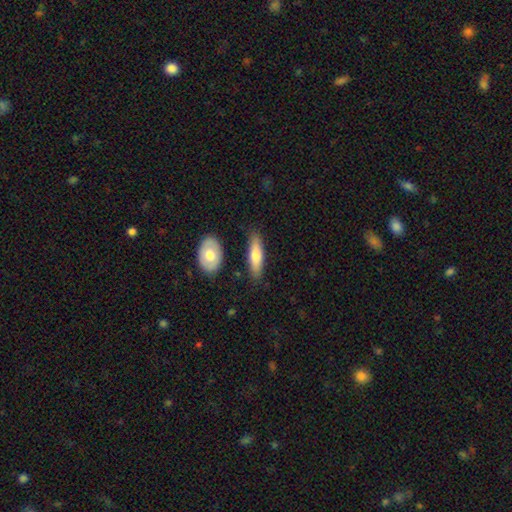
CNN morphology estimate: smooth-or-featured: smooth: 66% | featured or disk: 29% | star or artifact: 5%
  how-rounded: cigar-shaped: 52% | in between: 45% | round: 2%
  merging: none: 81% | minor disturbance: 12% | merger: 4% | major disturbance: 3%